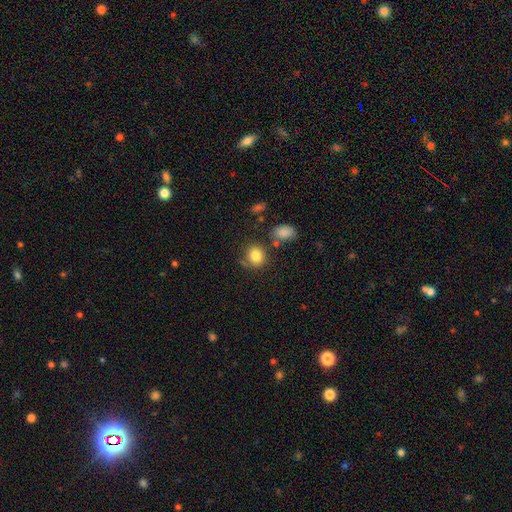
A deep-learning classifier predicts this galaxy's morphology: Smooth or featured: smooth — 83% (star or artifact — 10%)
How rounded: round — 78% (in between — 21%)
Merging: none — 72% (minor disturbance — 14%)